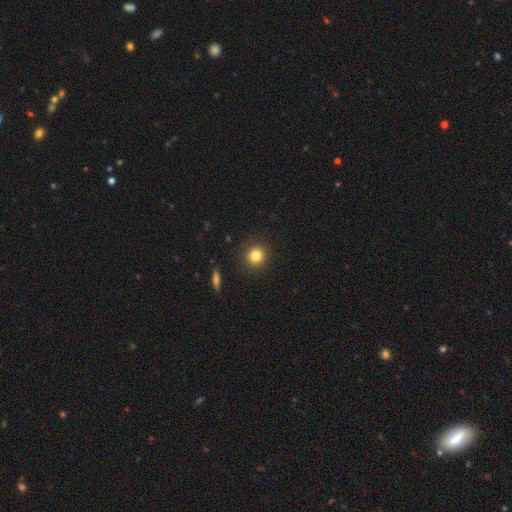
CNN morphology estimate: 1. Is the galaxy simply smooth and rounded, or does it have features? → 83% smooth, 11% star or artifact, 6% featured or disk.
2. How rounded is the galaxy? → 91% round, 8% in between, 1% cigar-shaped.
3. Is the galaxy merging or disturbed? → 91% none, 6% minor disturbance, 2% major disturbance, 1% merger.